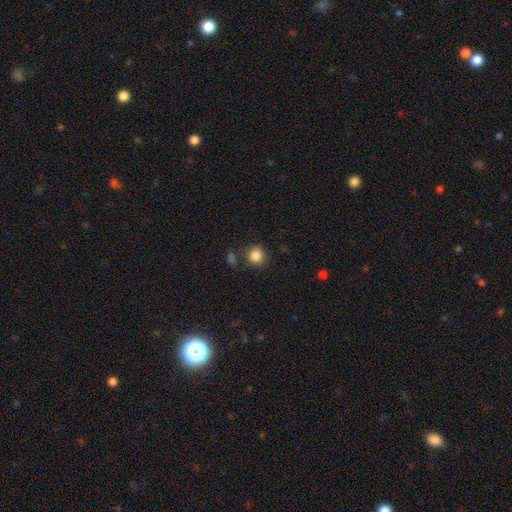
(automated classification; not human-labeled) Morphology: type=smooth (85%); roundness=round (87%); merging=none (77%).